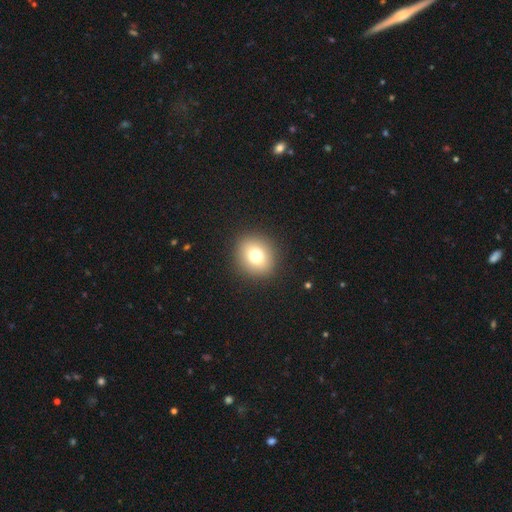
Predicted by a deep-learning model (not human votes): smooth 77%, featured or disk 12%, star or artifact 12%. Down the decision tree: how rounded — round (79%); merging — none (91%).